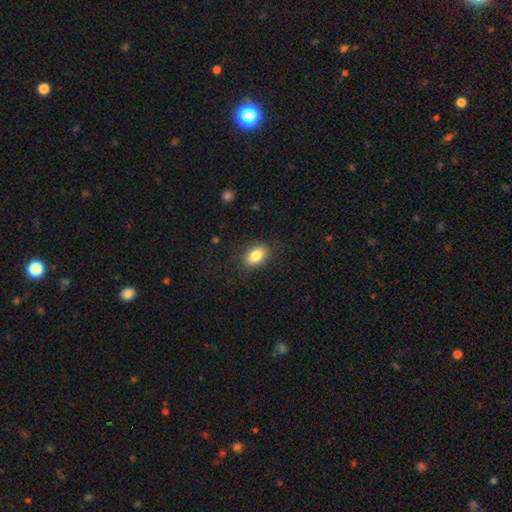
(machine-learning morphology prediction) Q: Smooth or featured?
A: smooth (85%); runner-up: star or artifact (8%)
Q: How rounded?
A: in between (87%); runner-up: round (11%)
Q: Merging?
A: none (85%); runner-up: minor disturbance (11%)